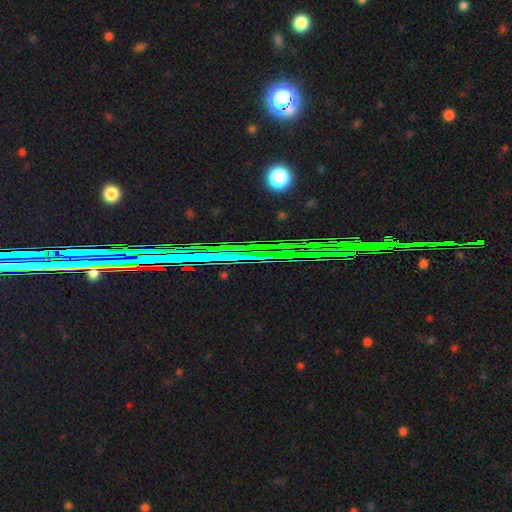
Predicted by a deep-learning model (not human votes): Smooth or featured? Predicted: star or artifact (p=0.82).